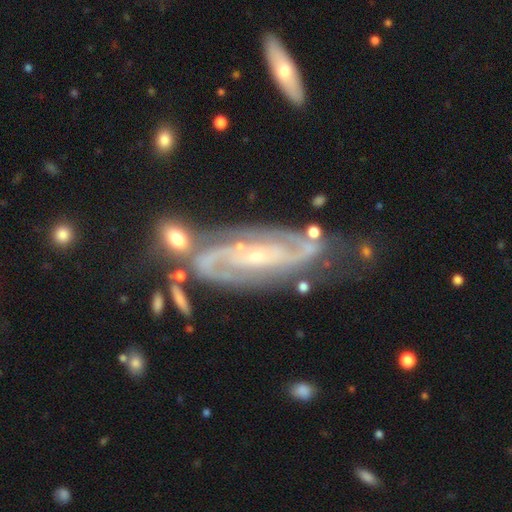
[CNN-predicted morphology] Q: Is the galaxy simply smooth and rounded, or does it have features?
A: featured or disk — 90%.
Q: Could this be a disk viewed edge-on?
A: no — 93%.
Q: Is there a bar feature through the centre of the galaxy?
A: weak — 39%.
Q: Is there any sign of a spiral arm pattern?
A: yes — 98%.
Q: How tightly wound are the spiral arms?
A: tight — 51%.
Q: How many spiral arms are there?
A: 2 — 61%.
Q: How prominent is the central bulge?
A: small — 70%.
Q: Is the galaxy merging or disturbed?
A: none — 66%.